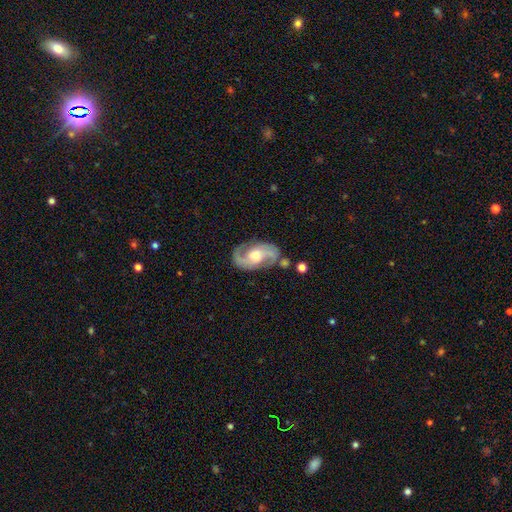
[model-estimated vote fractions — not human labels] This is clearly a featured or disk galaxy (89%). It is clearly not viewed edge-on (97%). Bar: possibly no (53%). Spiral arm pattern: clearly yes (97%). Spiral arm count: clearly 2 (92%). Spiral winding: possibly medium (55%). Central bulge: likely moderate (66%). Merging: likely none (76%).